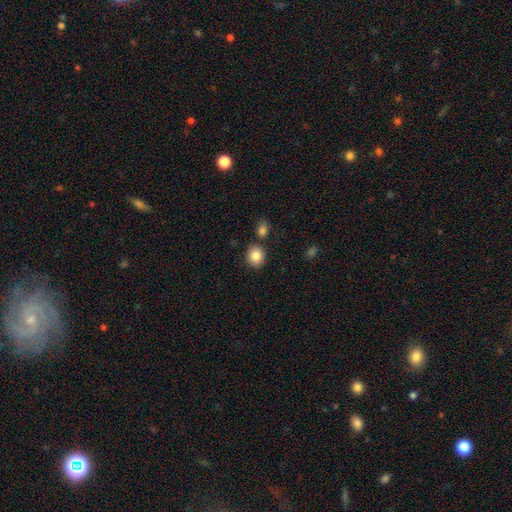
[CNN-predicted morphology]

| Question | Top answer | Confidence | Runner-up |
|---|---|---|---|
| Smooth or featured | smooth | 85% | star or artifact (9%) |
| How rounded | round | 76% | in between (23%) |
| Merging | none | 81% | minor disturbance (9%) |